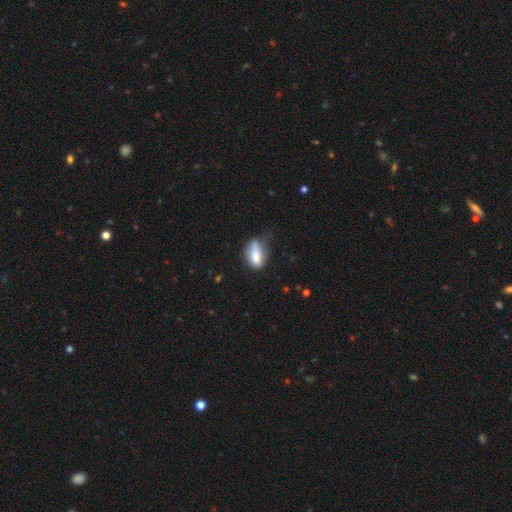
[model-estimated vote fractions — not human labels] smooth 75%, featured or disk 16%, star or artifact 8%. Down the decision tree: how rounded — in between (81%); merging — minor disturbance (37%).